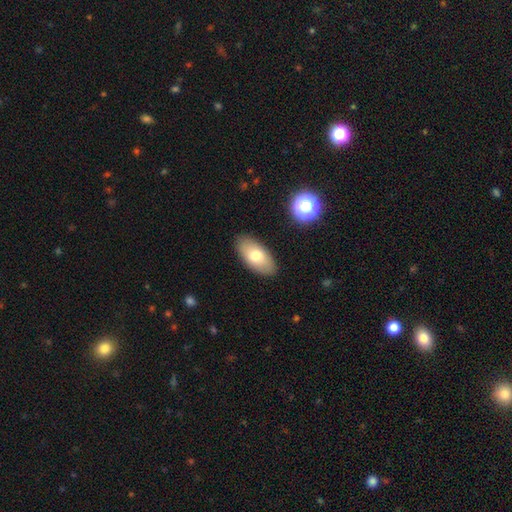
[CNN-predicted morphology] This appears to be a smooth galaxy with no disk features (72%) that is in between round and cigar-shaped (91%). Merging: none (88%).